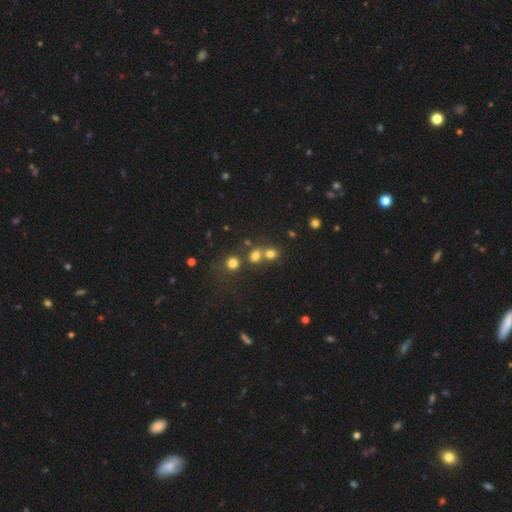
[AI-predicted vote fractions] The model was most divided on "merging": none: 46%, merger: 43%, minor disturbance: 7%, major disturbance: 4%. More confident: how rounded — round (73%); smooth or featured — smooth (71%).